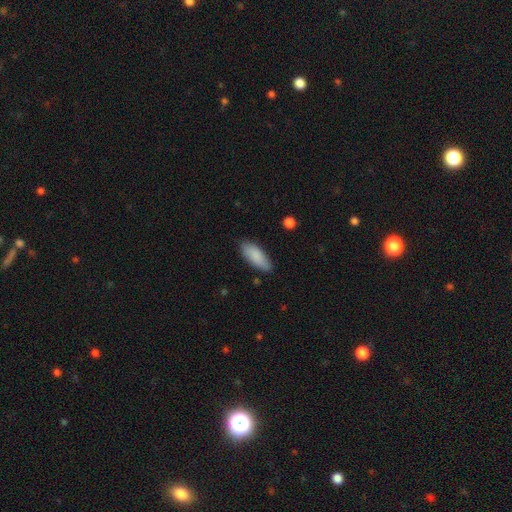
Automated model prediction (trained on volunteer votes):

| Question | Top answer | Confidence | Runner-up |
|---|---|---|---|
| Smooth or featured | smooth | 87% | featured or disk (7%) |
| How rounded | in between | 78% | cigar-shaped (20%) |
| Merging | none | 83% | minor disturbance (14%) |